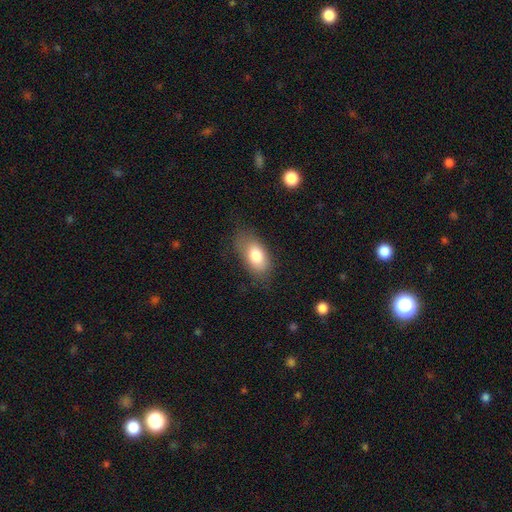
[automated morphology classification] The model was most divided on "merging": none: 71%, minor disturbance: 21%, major disturbance: 7%, merger: 1%. More confident: how rounded — in between (91%); smooth or featured — smooth (79%).